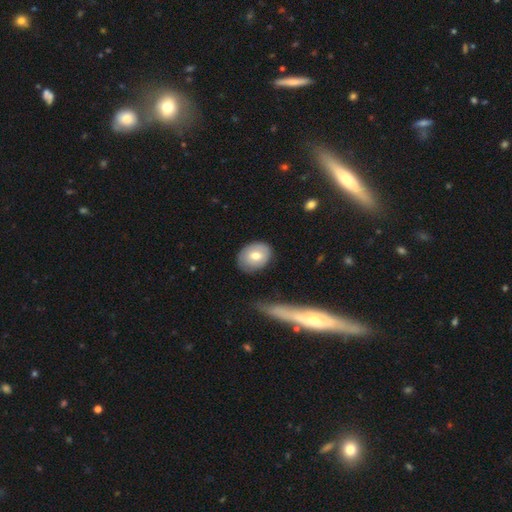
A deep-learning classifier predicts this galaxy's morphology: type=smooth (69%); roundness=in between (55%); merging=none (79%).